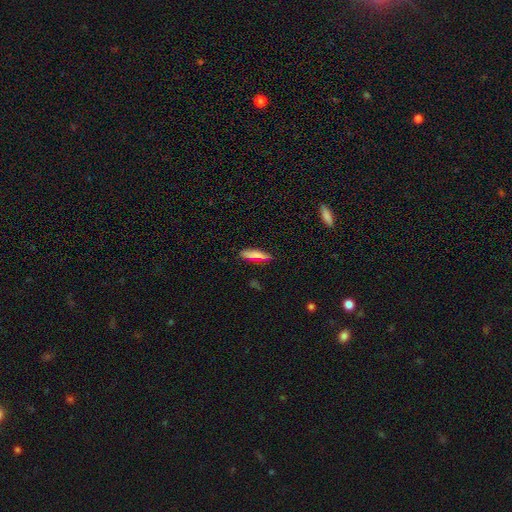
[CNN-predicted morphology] Q: Smooth or featured?
A: smooth (79%); runner-up: featured or disk (13%)
Q: How rounded?
A: cigar-shaped (80%); runner-up: in between (18%)
Q: Merging?
A: none (83%); runner-up: minor disturbance (12%)